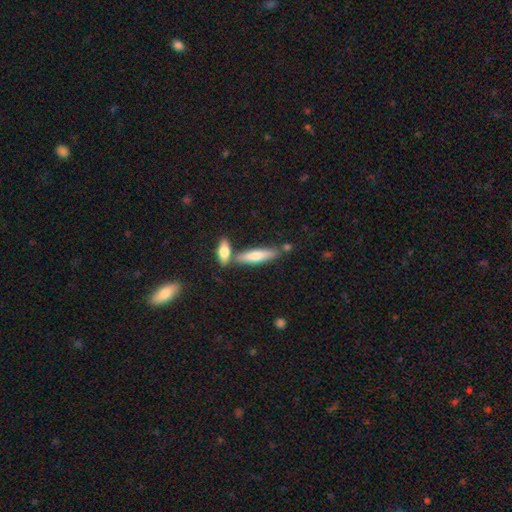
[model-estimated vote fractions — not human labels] smooth_or_featured: smooth (p=0.64) [alt: featured or disk p=0.30]
how_rounded: cigar-shaped (p=0.75) [alt: in between p=0.24]
merging: none (p=0.67) [alt: merger p=0.18]